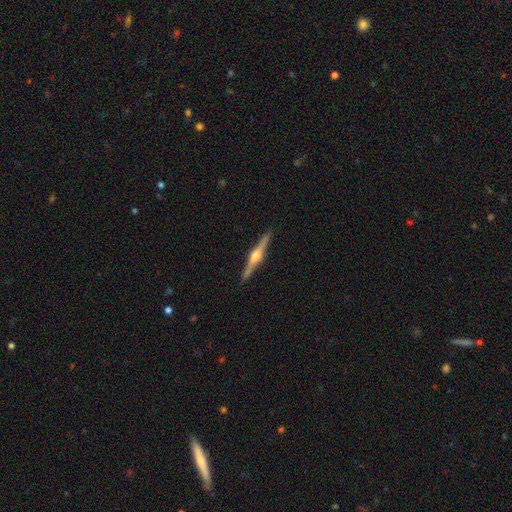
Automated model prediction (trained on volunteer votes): smooth-or-featured: featured or disk: 83% | smooth: 12% | star or artifact: 5%
  disk-edge-on: yes: 99% | no: 1%
    edge-on-bulge: rounded: 95% | boxy: 4% | none: 2%
  merging: none: 92% | minor disturbance: 6% | major disturbance: 1% | merger: 1%